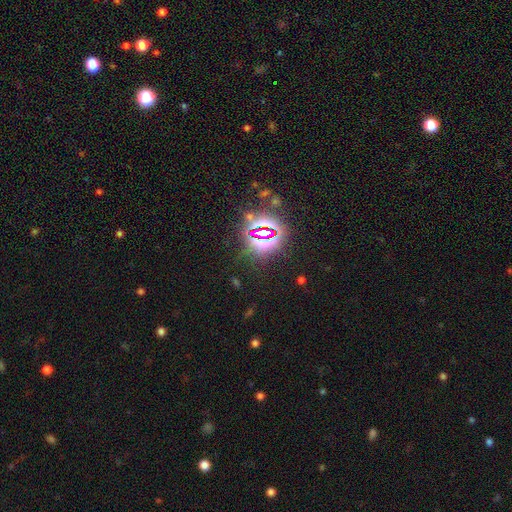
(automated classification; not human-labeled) This is clearly a star or artifact rather than a galaxy (83%).